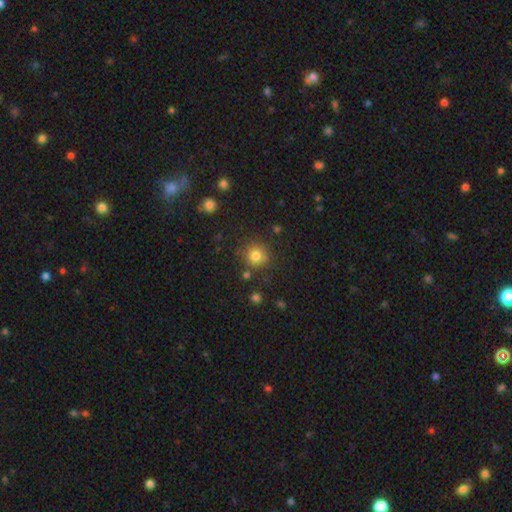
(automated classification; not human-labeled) smooth-or-featured: smooth: 80% | star or artifact: 13% | featured or disk: 7%
  how-rounded: round: 92% | in between: 7% | cigar-shaped: 1%
  merging: none: 80% | minor disturbance: 11% | merger: 6% | major disturbance: 3%